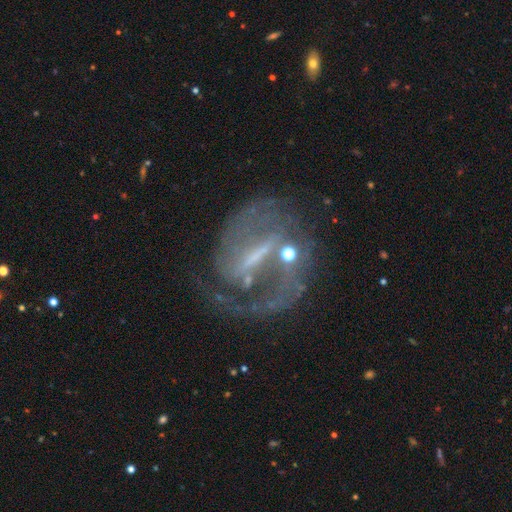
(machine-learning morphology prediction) Smooth or featured? featured or disk (85%)
Edge-on disk? no (96%)
Bar? strong (64%)
Spiral arms? yes (88%)
Spiral winding? medium (46%)
Spiral arm count? 2 (70%)
Bulge size? small (41%)
Merging? none (58%)